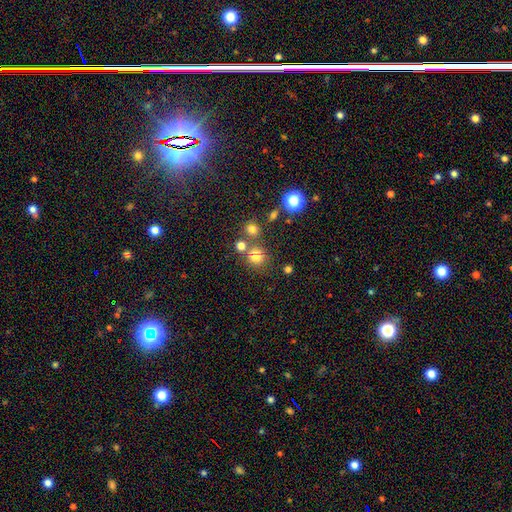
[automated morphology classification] smooth 72%, star or artifact 20%, featured or disk 9%. Down the decision tree: how rounded — round (86%); merging — none (67%).